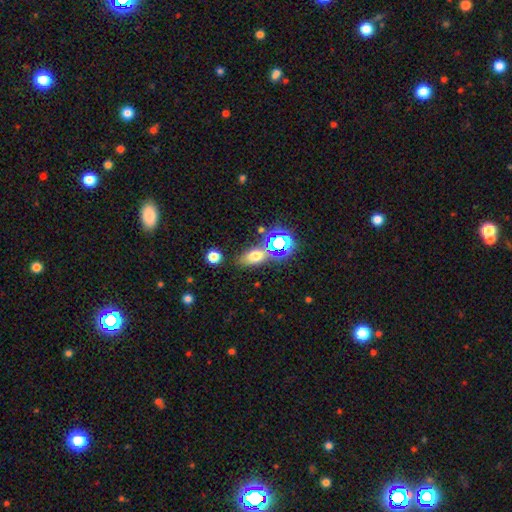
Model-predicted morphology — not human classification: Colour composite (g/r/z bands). It shows a smooth galaxy with no disk features (61%) that is in between round and cigar-shaped (76%). Merging: none (72%).